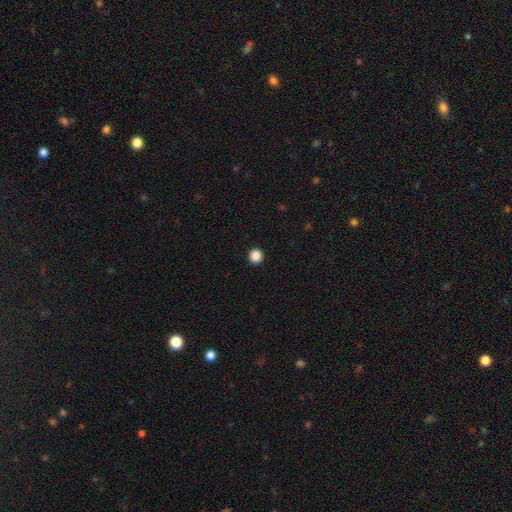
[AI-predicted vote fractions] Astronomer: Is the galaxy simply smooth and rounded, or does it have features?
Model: smooth — 88%.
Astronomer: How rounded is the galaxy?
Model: round — 93%.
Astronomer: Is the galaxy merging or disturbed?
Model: none — 94%.